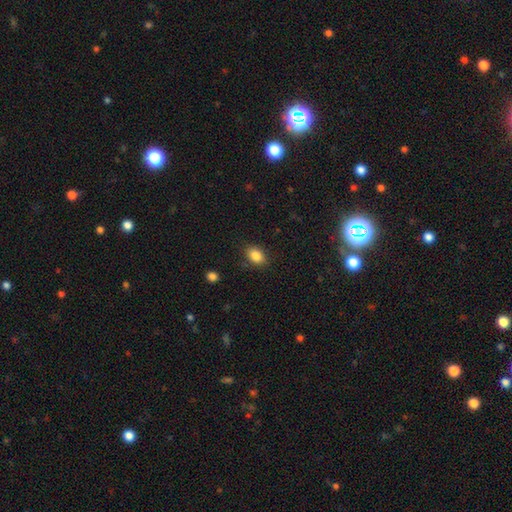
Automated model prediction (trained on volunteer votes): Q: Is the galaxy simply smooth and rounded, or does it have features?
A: smooth — 86%.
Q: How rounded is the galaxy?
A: in between — 80%.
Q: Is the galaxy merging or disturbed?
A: none — 85%.